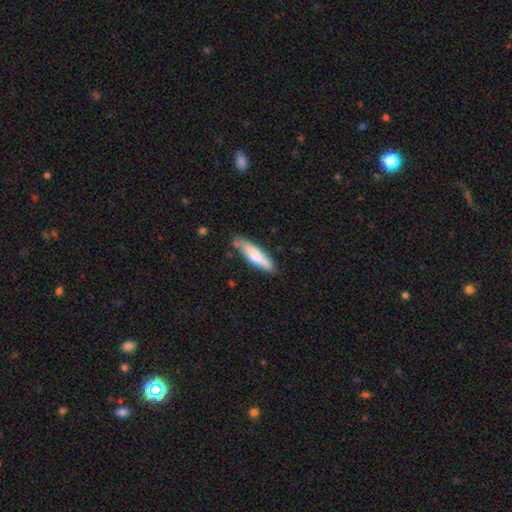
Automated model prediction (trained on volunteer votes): smooth 74%, featured or disk 21%, star or artifact 5%. Down the decision tree: how rounded — cigar-shaped (73%); merging — none (78%).